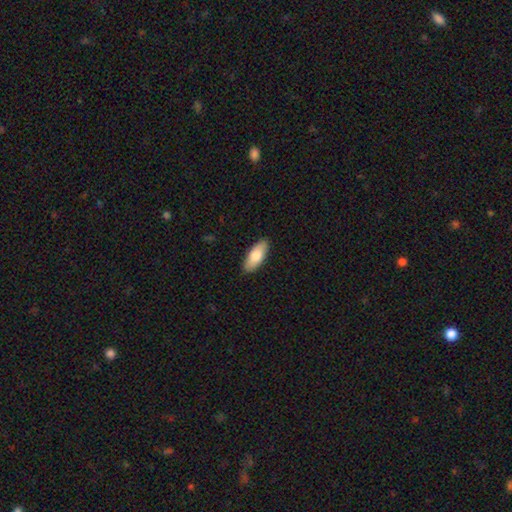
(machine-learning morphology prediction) type=smooth (77%); roundness=in between (82%); merging=none (90%).